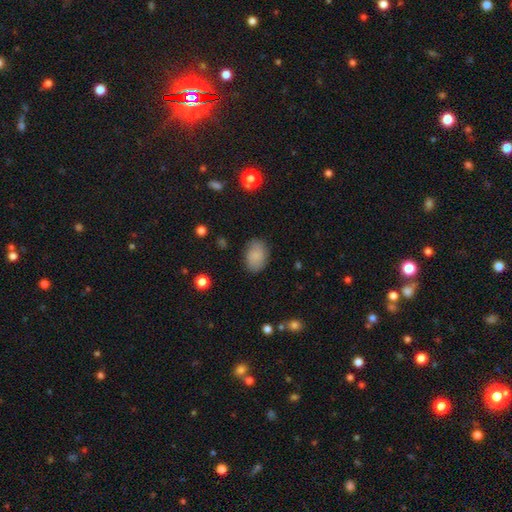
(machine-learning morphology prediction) Smooth or featured?
  - smooth: 84% *
  - featured or disk: 8%
  - star or artifact: 8%
How rounded?
  - in between: 84% *
  - round: 15%
  - cigar-shaped: 1%
Merging?
  - none: 82% *
  - minor disturbance: 13%
  - major disturbance: 4%
  - merger: 1%